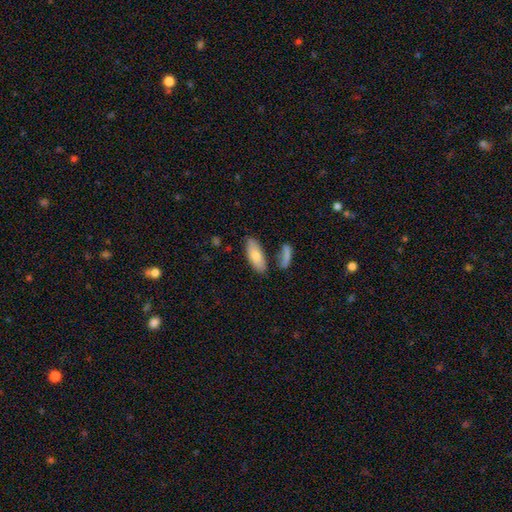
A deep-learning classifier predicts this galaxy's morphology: Smooth or featured? smooth (76%)
How rounded? in between (79%)
Merging? none (70%)